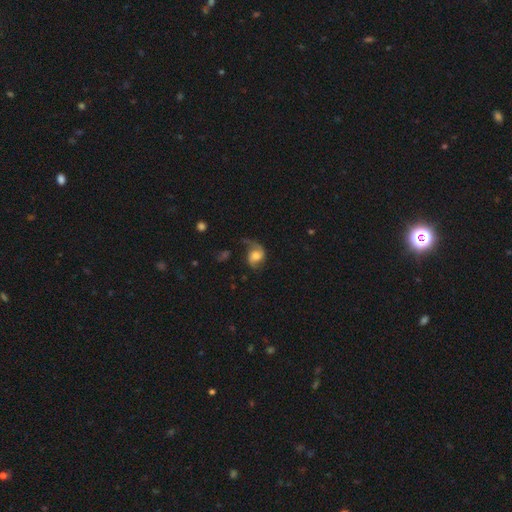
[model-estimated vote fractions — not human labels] smooth-or-featured: featured or disk: 66% | smooth: 26% | star or artifact: 8%
  disk-edge-on: no: 97% | yes: 3%
    bar: no: 61% | weak: 32% | strong: 7%
    has-spiral-arms: yes: 92% | no: 8%
      spiral-winding: loose: 60% | medium: 31% | tight: 9%
      spiral-arm-count: 2: 71% | 1: 23% | can't tell: 4% | 3: 1% | 4: 1% | more than 4: 1%
    bulge-size: moderate: 37% | large: 30% | small: 17% | none: 11% | dominant: 6%
  merging: none: 46% | major disturbance: 29% | minor disturbance: 22% | merger: 3%